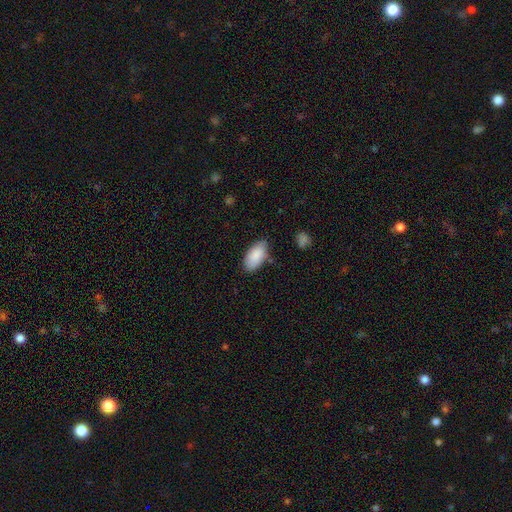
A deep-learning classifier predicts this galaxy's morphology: Smooth or featured: smooth — 88% (featured or disk — 6%)
How rounded: in between — 94% (cigar-shaped — 3%)
Merging: none — 76% (minor disturbance — 18%)